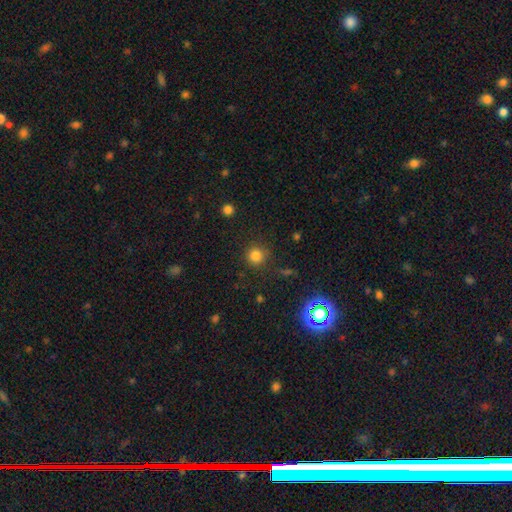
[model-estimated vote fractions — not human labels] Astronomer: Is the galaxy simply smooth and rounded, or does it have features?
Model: smooth — 80%.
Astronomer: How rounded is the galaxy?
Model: round — 93%.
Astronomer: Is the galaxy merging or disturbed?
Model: none — 85%.